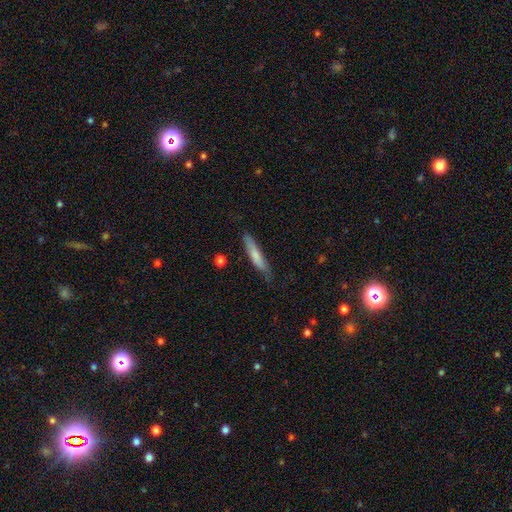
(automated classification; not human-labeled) smooth_or_featured: smooth (p=0.73) [alt: featured or disk p=0.21]
how_rounded: cigar-shaped (p=0.88) [alt: in between p=0.10]
merging: none (p=0.74) [alt: minor disturbance p=0.21]